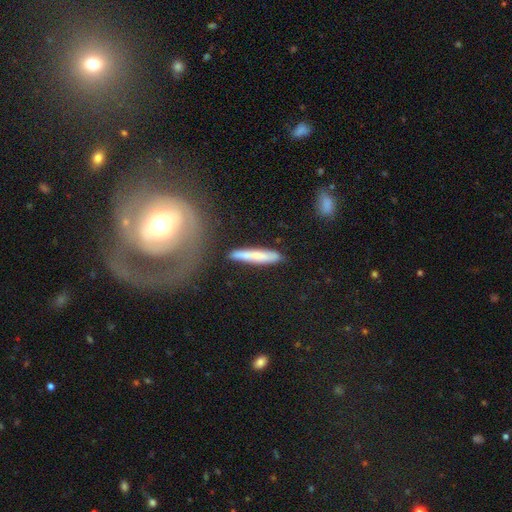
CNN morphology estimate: type=smooth (63%); roundness=cigar-shaped (91%); merging=none (77%).